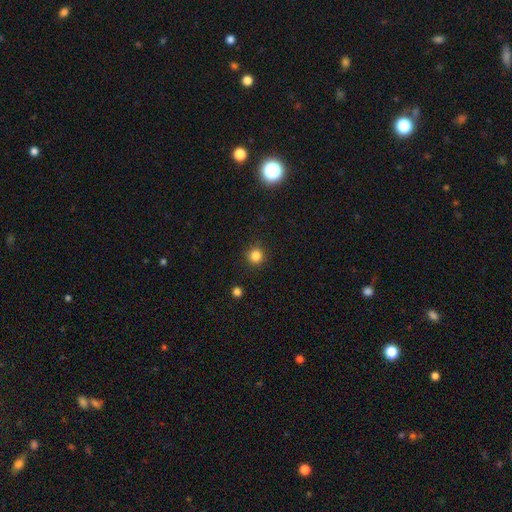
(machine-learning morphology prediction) Smooth or featured: smooth — 83% (star or artifact — 13%)
How rounded: round — 94% (in between — 5%)
Merging: none — 91% (minor disturbance — 6%)